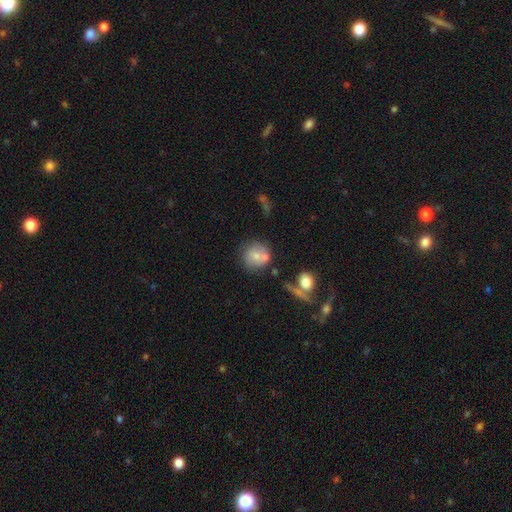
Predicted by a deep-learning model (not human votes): smooth-or-featured: smooth: 68% | featured or disk: 23% | star or artifact: 9%
  how-rounded: round: 87% | in between: 11% | cigar-shaped: 1%
  merging: none: 54% | merger: 27% | minor disturbance: 14% | major disturbance: 6%